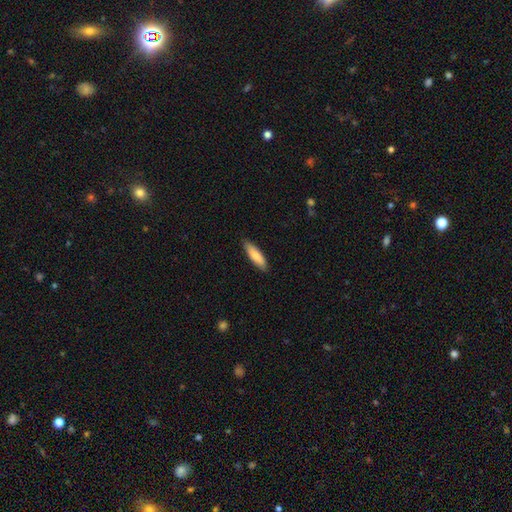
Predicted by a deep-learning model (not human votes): Overall: smooth (81%). How rounded: cigar-shaped (62%; in between 37%). Merging: none (87%).